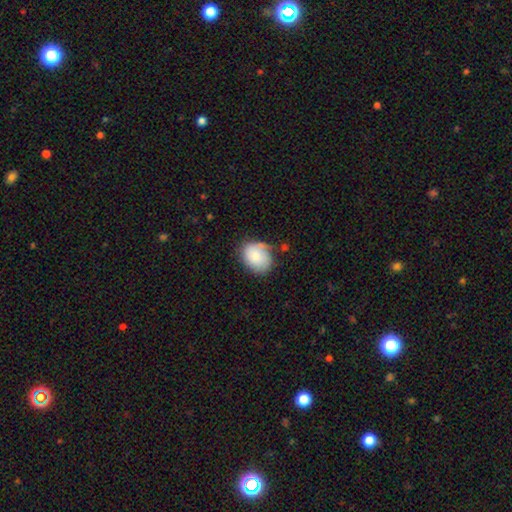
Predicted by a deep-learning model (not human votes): Morphology: type=smooth (77%); roundness=in between (55%); merging=none (59%).